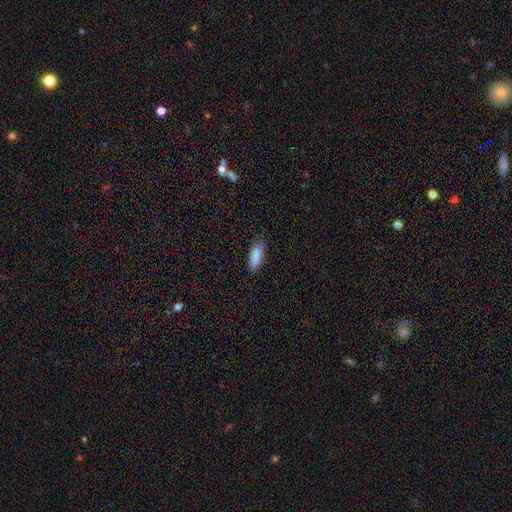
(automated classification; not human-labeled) This is clearly a smooth galaxy (86%). How rounded: likely in between (72%). Merging: likely none (76%).